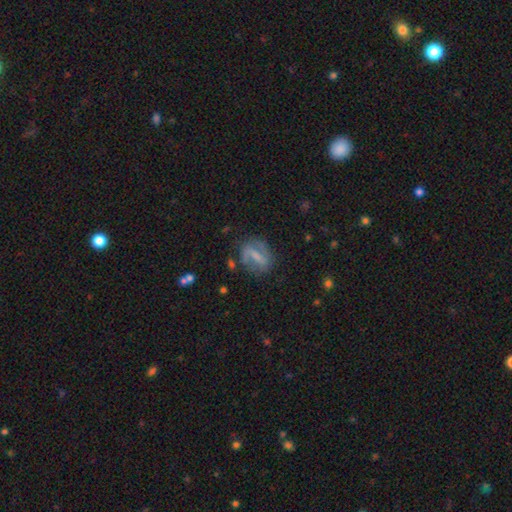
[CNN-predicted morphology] smooth-or-featured: featured or disk: 69% | smooth: 23% | star or artifact: 8%
  disk-edge-on: no: 94% | yes: 6%
    bar: strong: 58% | weak: 31% | no: 11%
    has-spiral-arms: yes: 81% | no: 19%
      spiral-winding: medium: 43% | loose: 34% | tight: 23%
      spiral-arm-count: 2: 84% | can't tell: 8% | 1: 5% | 3: 1% | 4: 1% | more than 4: 1%
    bulge-size: small: 38% | none: 35% | moderate: 22% | large: 4% | dominant: 1%
  merging: none: 71% | minor disturbance: 17% | major disturbance: 9% | merger: 3%